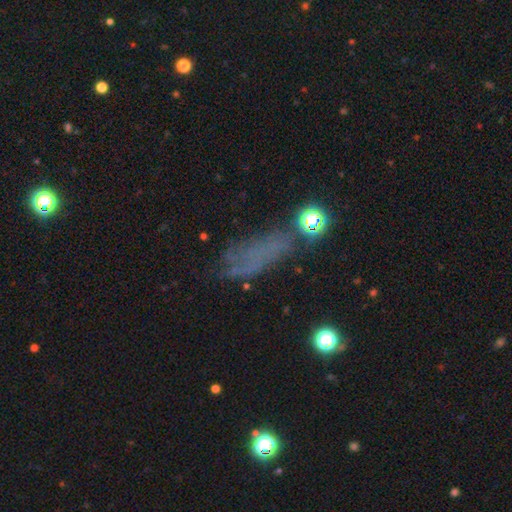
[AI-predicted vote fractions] Smooth or featured?
  - smooth: 42% *
  - featured or disk: 32%
  - star or artifact: 26%
Merging?
  - none: 50% *
  - minor disturbance: 23%
  - major disturbance: 21%
  - merger: 5%